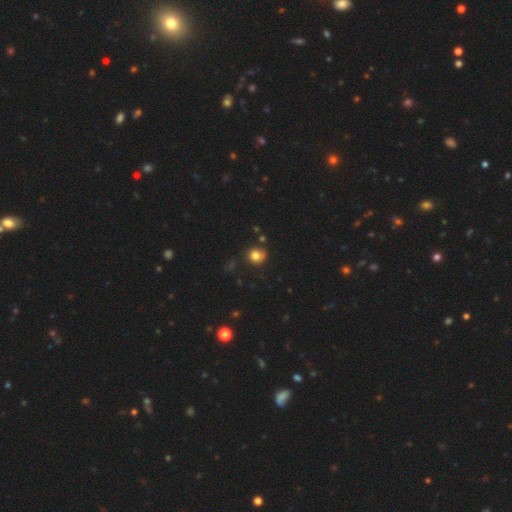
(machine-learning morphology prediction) Smooth or featured? Predicted: smooth (p=0.78). How rounded? Predicted: round (p=0.86). Merging? Predicted: none (p=0.71).